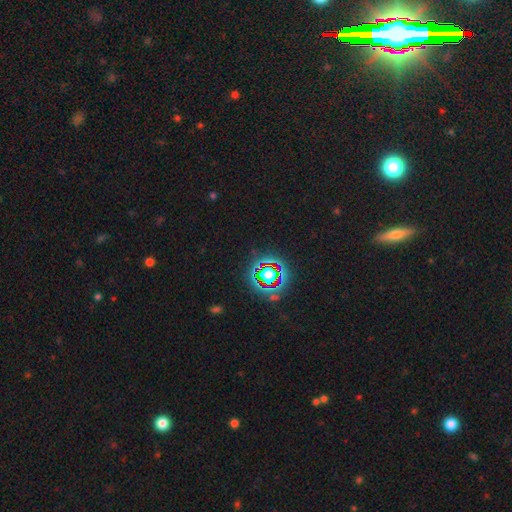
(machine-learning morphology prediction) smooth-or-featured: star or artifact: 69% | smooth: 18% | featured or disk: 13%